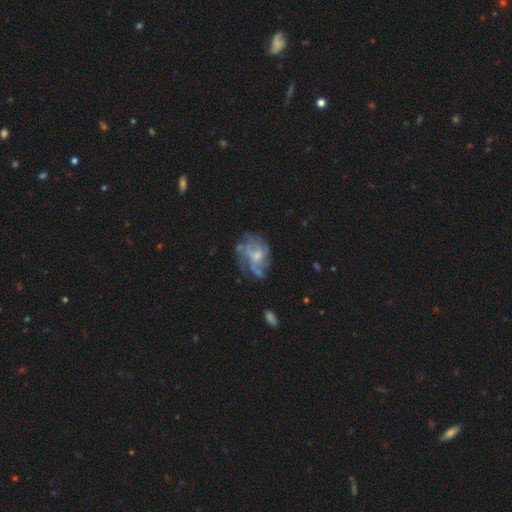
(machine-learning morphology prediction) Smooth or featured? featured or disk (70%)
Edge-on disk? no (98%)
Bar? no (73%)
Spiral arms? yes (66%)
Bulge size? moderate (44%)
Merging? none (52%)